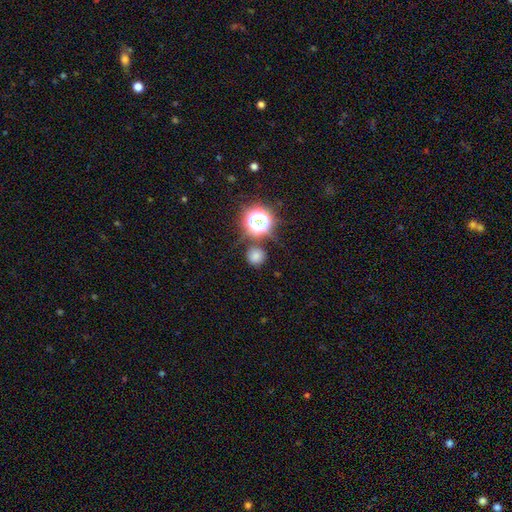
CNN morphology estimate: The model was most divided on "smooth or featured": smooth: 70%, star or artifact: 23%, featured or disk: 7%. More confident: how rounded — round (92%); merging — none (79%).